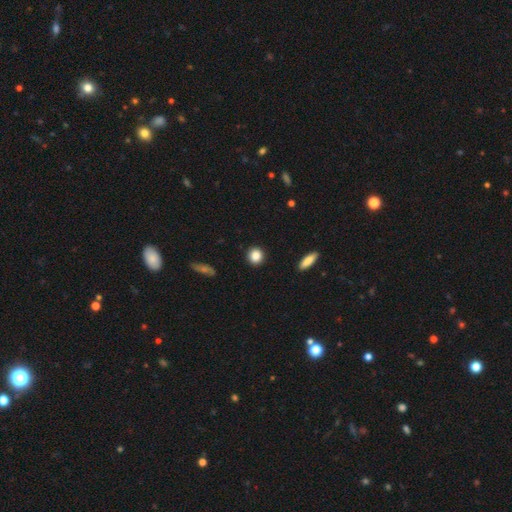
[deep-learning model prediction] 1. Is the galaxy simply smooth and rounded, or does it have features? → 86% smooth, 9% star or artifact, 5% featured or disk.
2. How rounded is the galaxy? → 89% round, 10% in between, 2% cigar-shaped.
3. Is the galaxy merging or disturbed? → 92% none, 5% minor disturbance, 2% major disturbance, 1% merger.